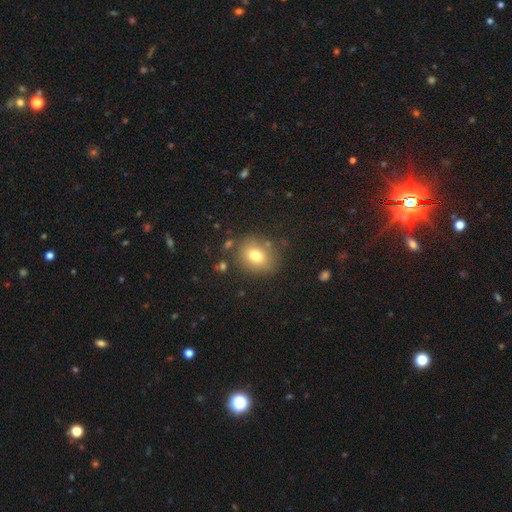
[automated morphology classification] Smooth or featured? Predicted: smooth (p=0.75). How rounded? Predicted: round (p=0.64). Merging? Predicted: none (p=0.80).